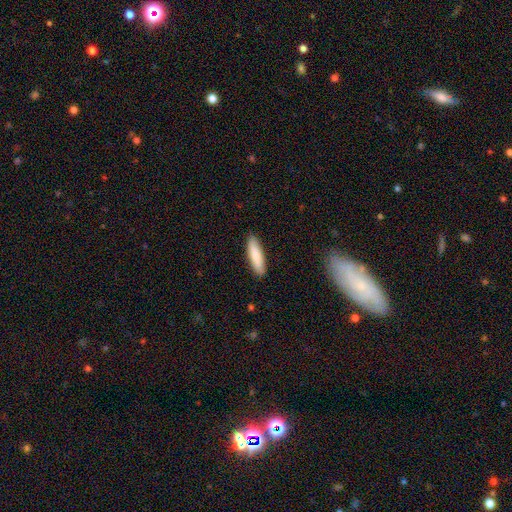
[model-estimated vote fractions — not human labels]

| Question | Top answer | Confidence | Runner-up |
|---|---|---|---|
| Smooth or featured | smooth | 83% | featured or disk (12%) |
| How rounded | cigar-shaped | 69% | in between (30%) |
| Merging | none | 89% | minor disturbance (8%) |